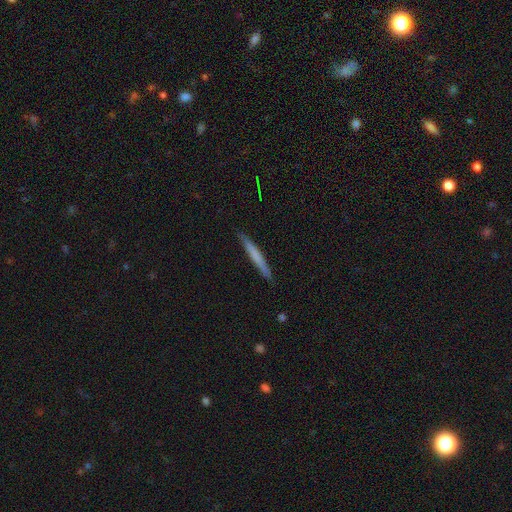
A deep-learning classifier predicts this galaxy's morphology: Smooth or featured? Predicted: smooth (p=0.61). How rounded? Predicted: cigar-shaped (p=0.97). Merging? Predicted: none (p=0.90).